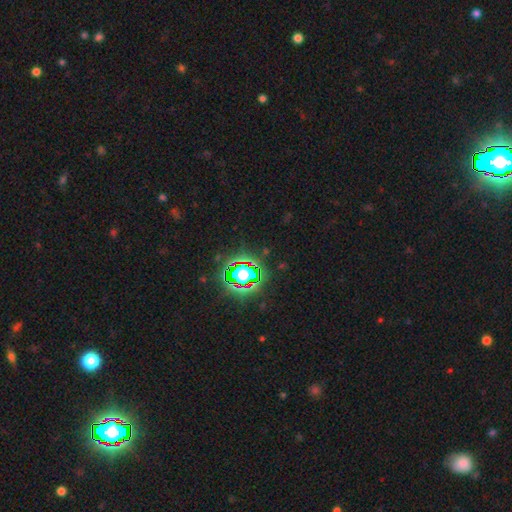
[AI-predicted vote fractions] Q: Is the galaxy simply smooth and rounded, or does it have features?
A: star or artifact — 83%.